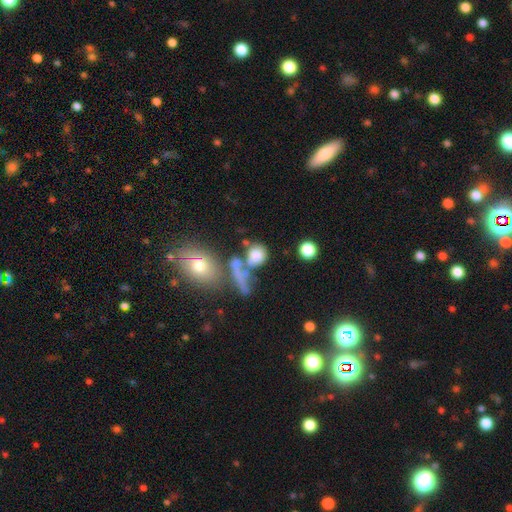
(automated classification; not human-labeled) smooth 74%, featured or disk 14%, star or artifact 12%. Down the decision tree: how rounded — round (70%); merging — none (43%).